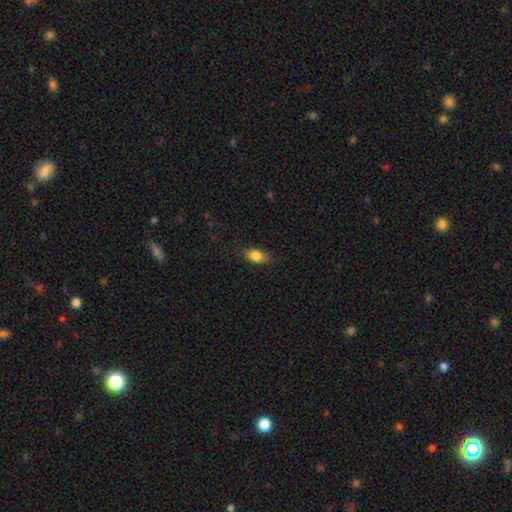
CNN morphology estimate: This is clearly a smooth galaxy (83%). How rounded: clearly in between (82%). Merging: clearly none (82%).